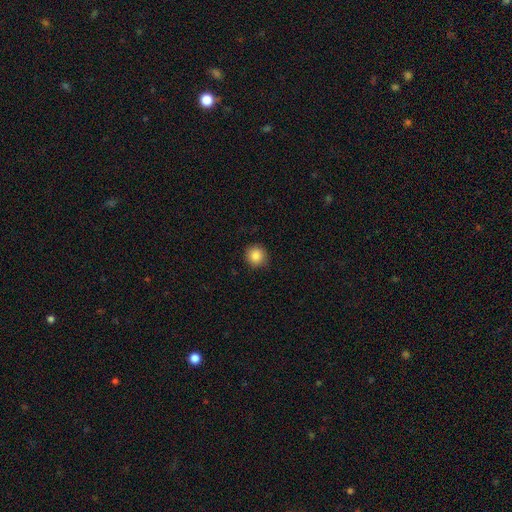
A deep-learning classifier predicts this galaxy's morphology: This appears to be a smooth galaxy with no disk features (86%) that is round (92%). Merging: none (88%).